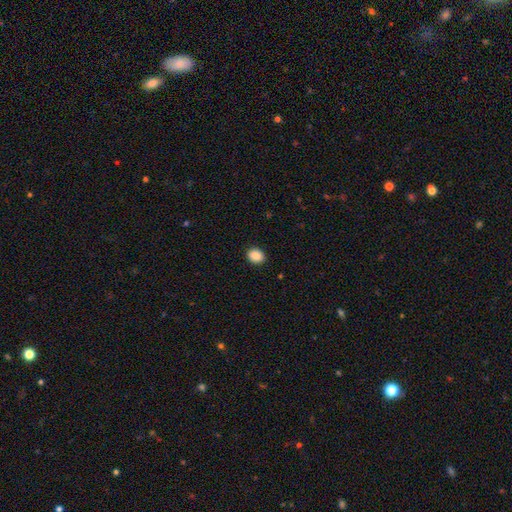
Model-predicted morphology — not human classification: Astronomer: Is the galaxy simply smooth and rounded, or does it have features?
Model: smooth — 89%.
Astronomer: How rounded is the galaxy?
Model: round — 50% (runner-up: in between, 49%).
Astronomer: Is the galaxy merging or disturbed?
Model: none — 91%.